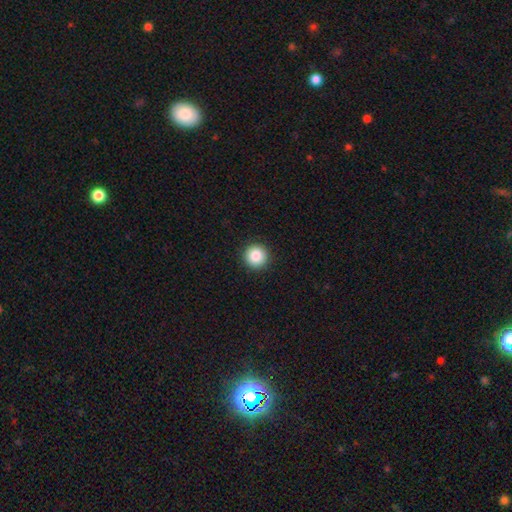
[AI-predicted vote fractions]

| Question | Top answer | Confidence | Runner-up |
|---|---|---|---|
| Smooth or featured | smooth | 86% | star or artifact (10%) |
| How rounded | round | 96% | in between (3%) |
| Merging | none | 93% | minor disturbance (5%) |